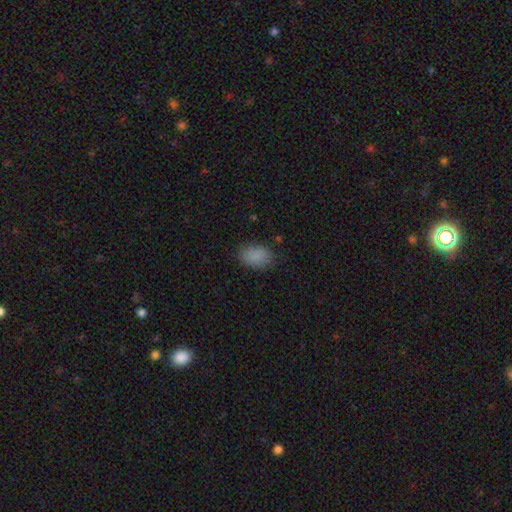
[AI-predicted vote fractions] A smooth galaxy with no disk features (87%) that is in between round and cigar-shaped (87%). Merging: none (80%).